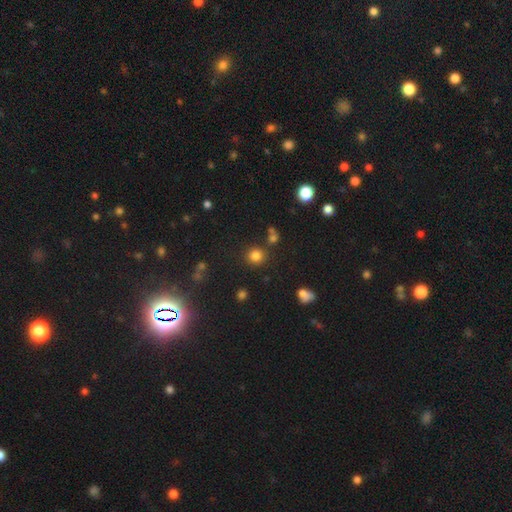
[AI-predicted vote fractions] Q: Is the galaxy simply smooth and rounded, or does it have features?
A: smooth — 80%.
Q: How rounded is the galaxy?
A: round — 91%.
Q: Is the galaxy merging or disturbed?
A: none — 83%.